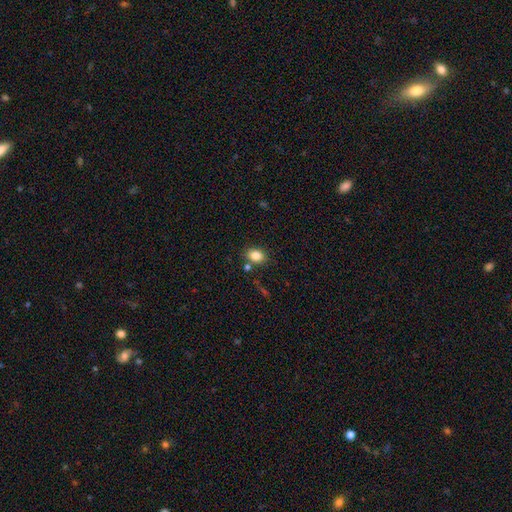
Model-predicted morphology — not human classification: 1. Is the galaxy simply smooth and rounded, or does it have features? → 83% smooth, 10% star or artifact, 7% featured or disk.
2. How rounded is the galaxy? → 64% in between, 35% round, 1% cigar-shaped.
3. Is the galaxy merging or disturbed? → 77% none, 12% minor disturbance, 8% merger, 3% major disturbance.